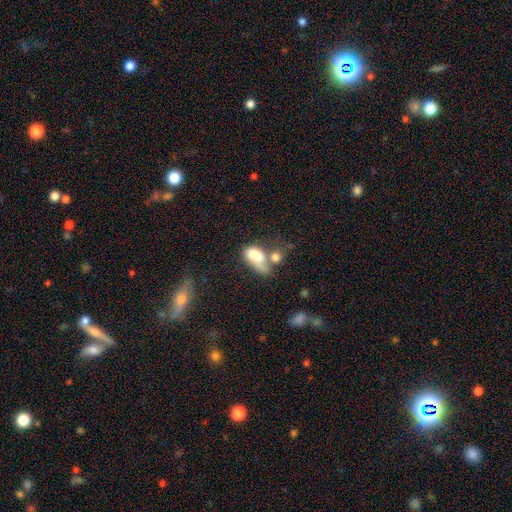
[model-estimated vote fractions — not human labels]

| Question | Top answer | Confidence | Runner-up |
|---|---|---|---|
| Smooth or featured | smooth | 71% | featured or disk (20%) |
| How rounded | in between | 87% | round (9%) |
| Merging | merger | 48% | major disturbance (21%) |